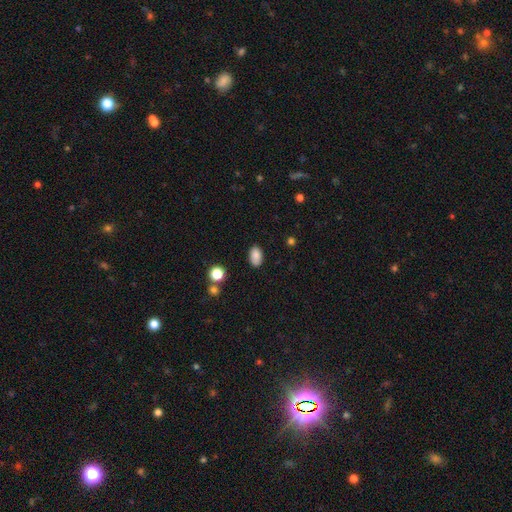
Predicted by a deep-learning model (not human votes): Morphology: type=smooth (86%); roundness=in between (91%); merging=none (84%).